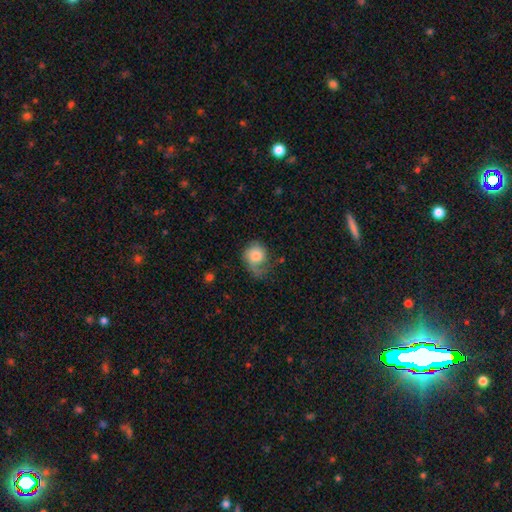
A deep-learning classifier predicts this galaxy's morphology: smooth 67%, featured or disk 25%, star or artifact 8%. Down the decision tree: how rounded — round (71%); merging — none (35%).